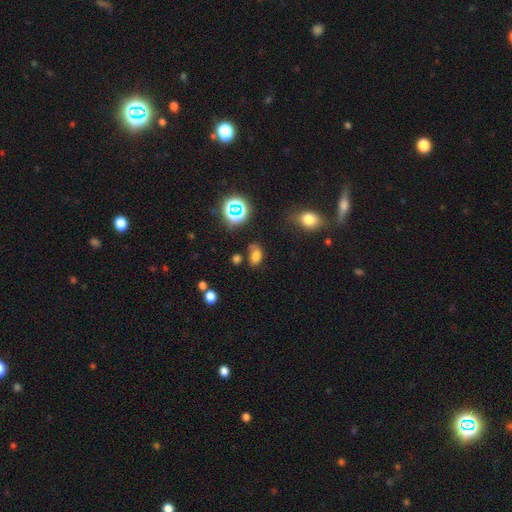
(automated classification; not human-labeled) Morphology: type=smooth (65%); roundness=in between (83%); merging=none (55%).